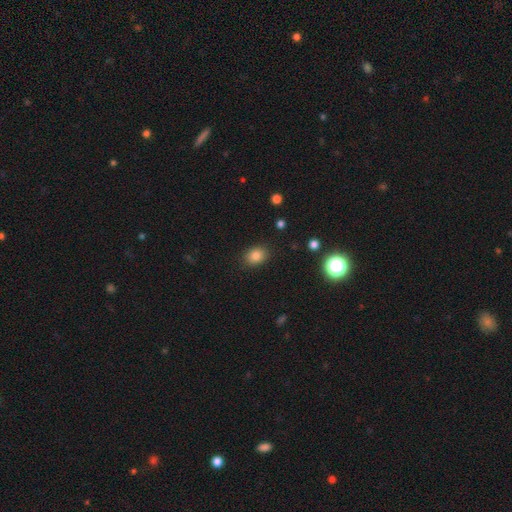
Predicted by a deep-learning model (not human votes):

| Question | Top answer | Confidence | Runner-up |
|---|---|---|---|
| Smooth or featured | smooth | 84% | star or artifact (11%) |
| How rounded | in between | 58% | round (40%) |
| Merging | none | 86% | minor disturbance (9%) |